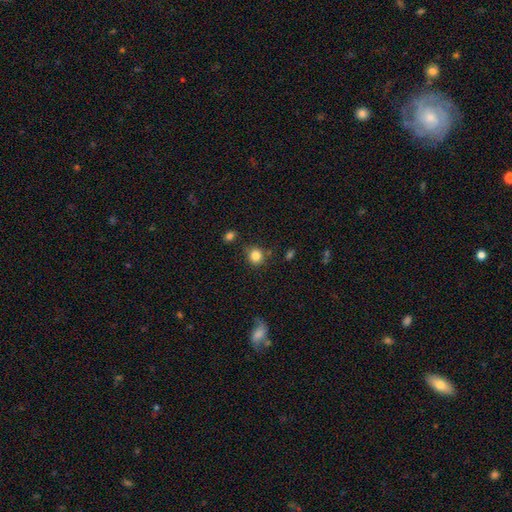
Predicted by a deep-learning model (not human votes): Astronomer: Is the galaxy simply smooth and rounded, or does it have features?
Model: smooth — 84%.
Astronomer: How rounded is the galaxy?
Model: round — 87%.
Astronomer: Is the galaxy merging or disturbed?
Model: none — 79%.